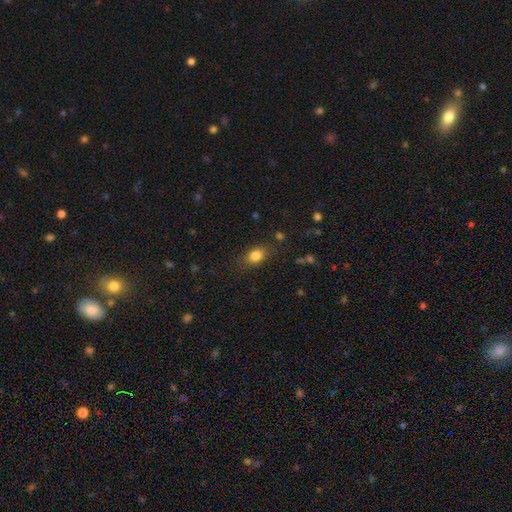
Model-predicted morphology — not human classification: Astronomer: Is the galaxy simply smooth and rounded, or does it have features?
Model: smooth — 82%.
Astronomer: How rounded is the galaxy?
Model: in between — 65%.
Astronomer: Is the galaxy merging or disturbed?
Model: none — 79%.